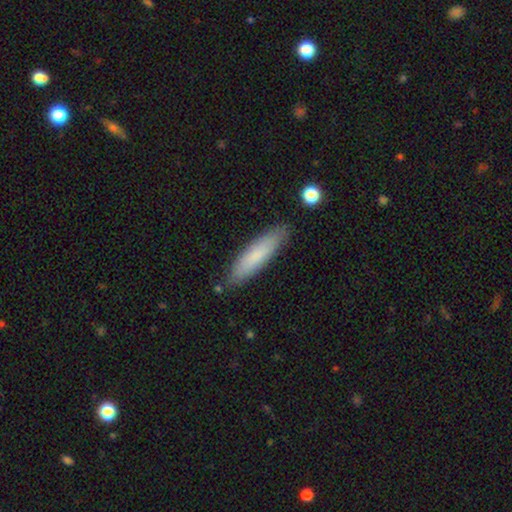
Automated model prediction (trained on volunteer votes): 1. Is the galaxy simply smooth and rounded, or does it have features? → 79% smooth, 16% featured or disk, 6% star or artifact.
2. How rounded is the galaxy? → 78% cigar-shaped, 21% in between, 1% round.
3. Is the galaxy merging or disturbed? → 85% none, 11% minor disturbance, 2% major disturbance, 2% merger.